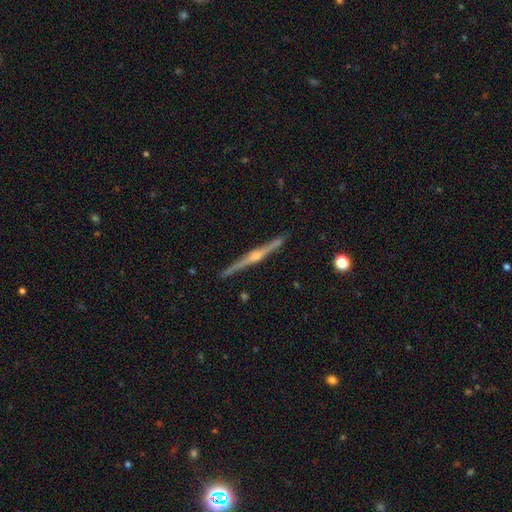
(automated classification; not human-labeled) smooth-or-featured: featured or disk: 86% | smooth: 9% | star or artifact: 5%
  disk-edge-on: yes: 99% | no: 1%
    edge-on-bulge: rounded: 85% | boxy: 8% | none: 7%
  merging: none: 92% | minor disturbance: 6% | major disturbance: 1% | merger: 1%